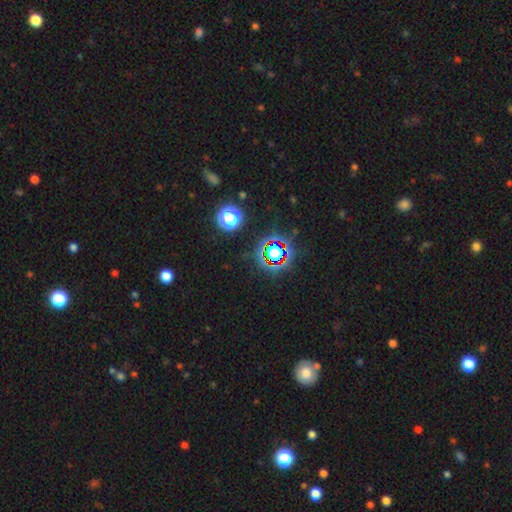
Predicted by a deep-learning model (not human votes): smooth-or-featured: star or artifact: 80% | smooth: 12% | featured or disk: 8%